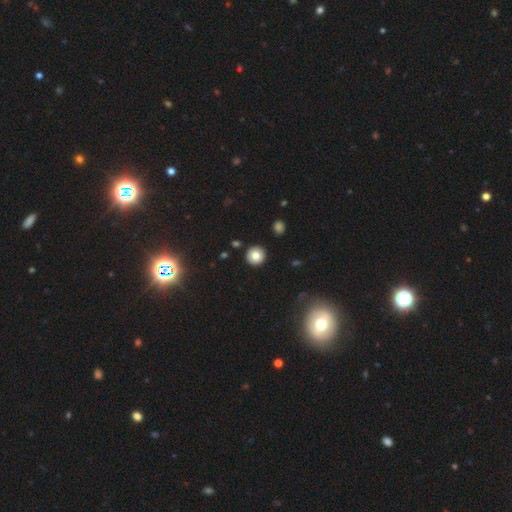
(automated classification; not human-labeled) smooth-or-featured: smooth: 78% | featured or disk: 12% | star or artifact: 11%
  how-rounded: round: 95% | in between: 4% | cigar-shaped: 1%
  merging: none: 91% | minor disturbance: 6% | merger: 2% | major disturbance: 2%